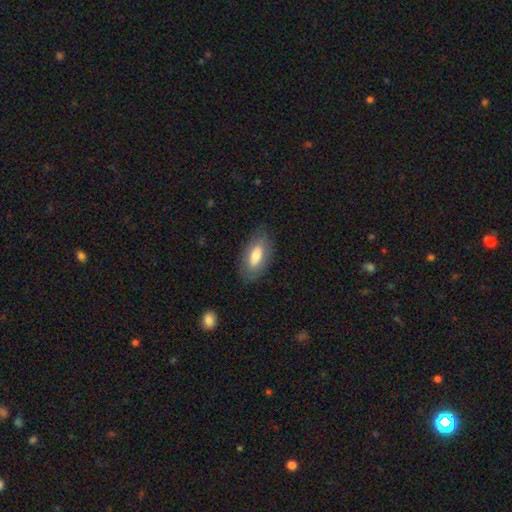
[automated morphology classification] Overall: smooth (72%). How rounded: in between (88%). Merging: none (82%).